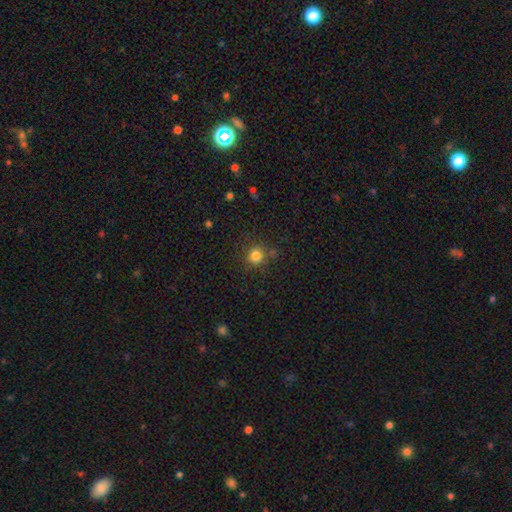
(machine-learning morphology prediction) smooth-or-featured: smooth: 80% | star or artifact: 14% | featured or disk: 6%
  how-rounded: round: 91% | in between: 8% | cigar-shaped: 1%
  merging: none: 79% | minor disturbance: 11% | merger: 6% | major disturbance: 4%